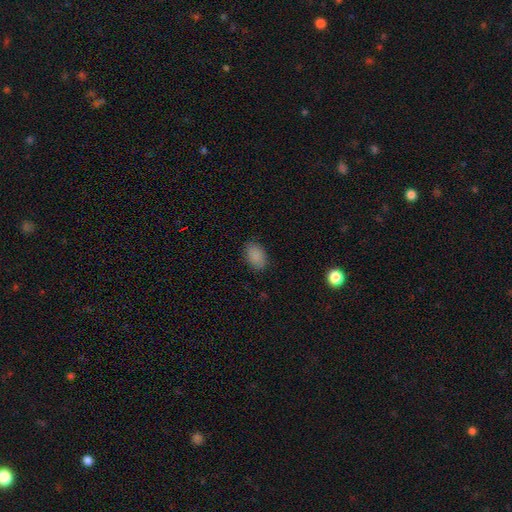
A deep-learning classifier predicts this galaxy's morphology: smooth 87%, star or artifact 8%, featured or disk 5%. Down the decision tree: how rounded — in between (89%); merging — none (85%).